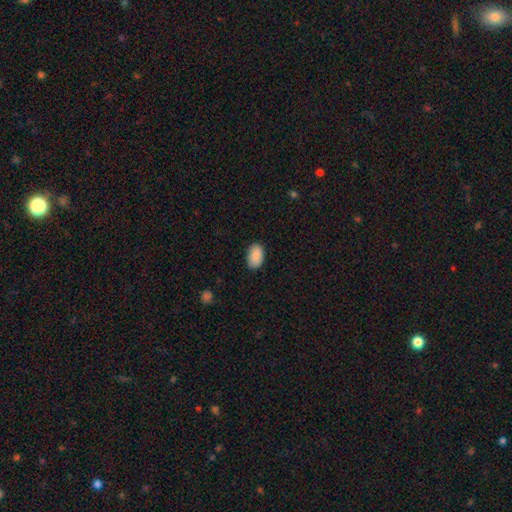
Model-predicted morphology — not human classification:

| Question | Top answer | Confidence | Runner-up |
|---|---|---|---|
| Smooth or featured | smooth | 89% | star or artifact (6%) |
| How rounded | in between | 92% | round (7%) |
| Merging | none | 85% | minor disturbance (12%) |